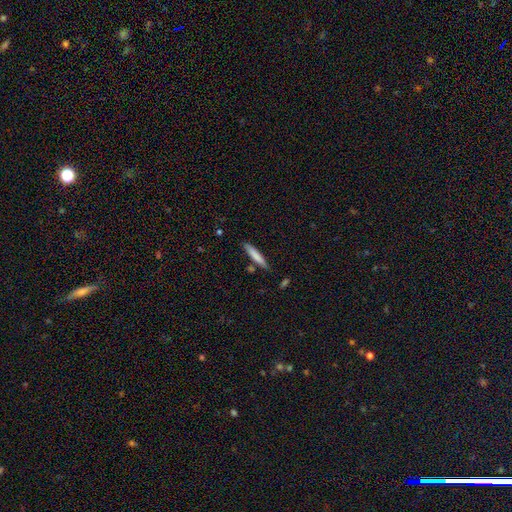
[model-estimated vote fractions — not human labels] A smooth galaxy with no disk features (77%) that is cigar-shaped (91%). Merging: none (82%).